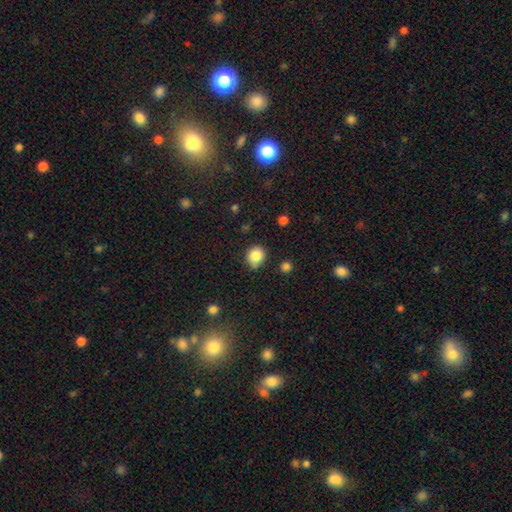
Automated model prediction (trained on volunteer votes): Smooth or featured? Predicted: smooth (p=0.85). How rounded? Predicted: round (p=0.80). Merging? Predicted: none (p=0.79).